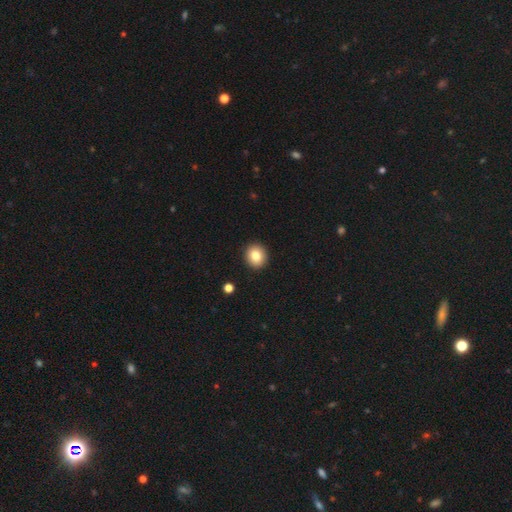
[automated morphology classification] Smooth or featured? smooth (82%)
How rounded? round (83%)
Merging? none (92%)